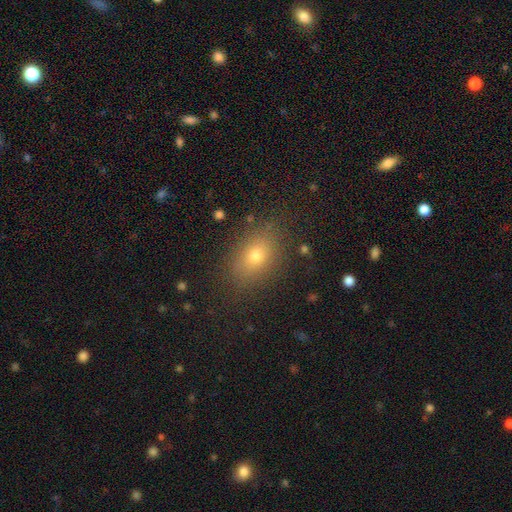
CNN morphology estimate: A smooth galaxy with no disk features (72%) that is in between round and cigar-shaped (78%).

Vote fractions:
- Smooth or featured? smooth: 72% / star or artifact: 14% / featured or disk: 14%
- How rounded? in between: 78% / round: 20% / cigar-shaped: 2%
- Merging? none: 83% / minor disturbance: 11% / major disturbance: 4% / merger: 1%